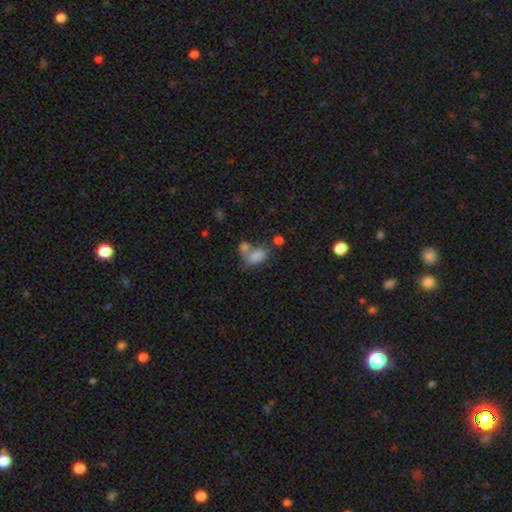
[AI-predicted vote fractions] Q: Smooth or featured?
A: smooth (79%); runner-up: star or artifact (11%)
Q: How rounded?
A: in between (87%); runner-up: round (11%)
Q: Merging?
A: merger (45%); runner-up: none (31%)